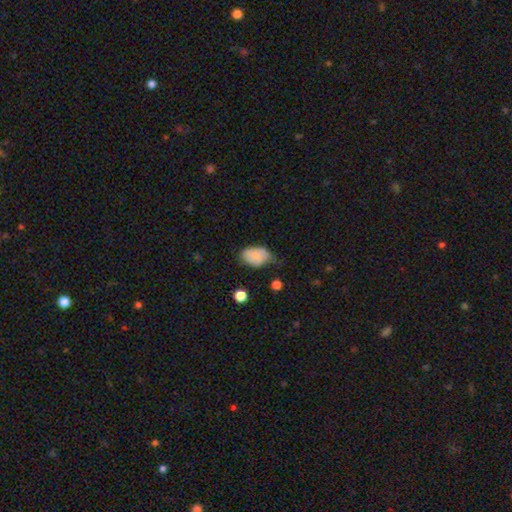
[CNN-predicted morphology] Smooth or featured? Predicted: smooth (p=0.80). How rounded? Predicted: in between (p=0.87). Merging? Predicted: none (p=0.46).